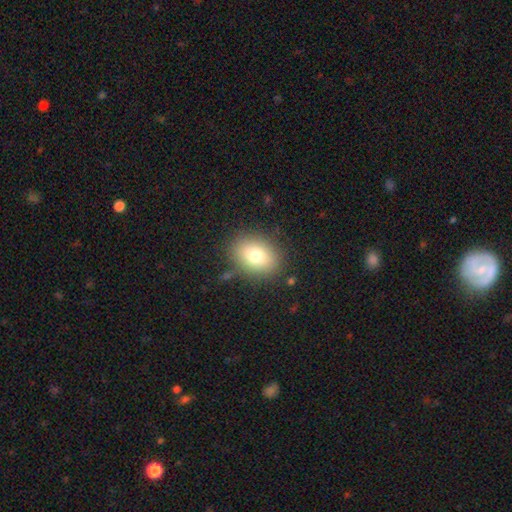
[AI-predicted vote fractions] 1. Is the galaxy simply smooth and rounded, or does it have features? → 77% smooth, 13% featured or disk, 11% star or artifact.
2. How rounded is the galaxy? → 58% in between, 41% round, 1% cigar-shaped.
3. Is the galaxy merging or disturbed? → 82% none, 11% minor disturbance, 4% major disturbance, 2% merger.